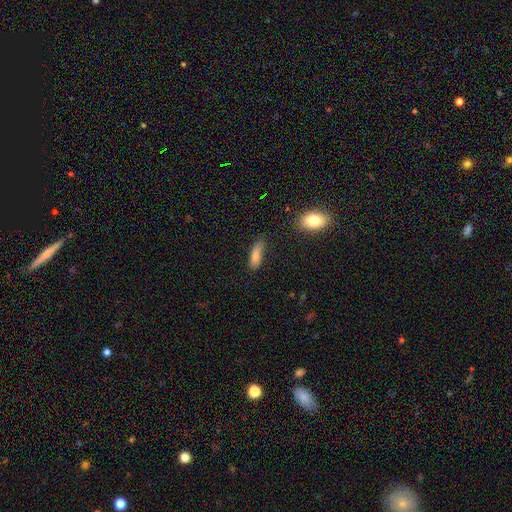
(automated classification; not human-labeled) Morphology: type=smooth (81%); roundness=in between (63%); merging=none (56%).